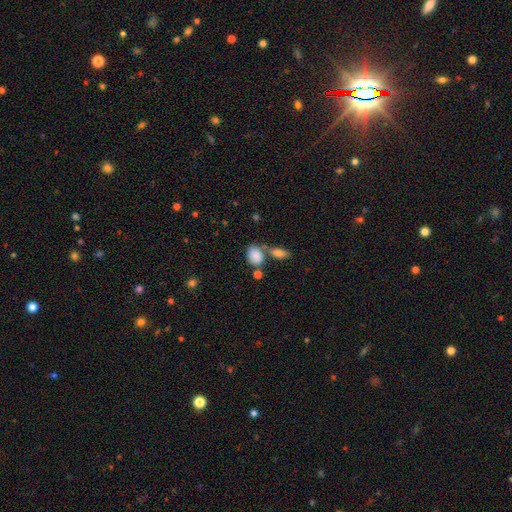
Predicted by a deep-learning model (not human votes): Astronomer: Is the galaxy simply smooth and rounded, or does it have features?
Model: smooth — 85%.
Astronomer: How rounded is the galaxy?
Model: in between — 78%.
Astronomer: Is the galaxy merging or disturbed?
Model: none — 50% (runner-up: merger, 29%).